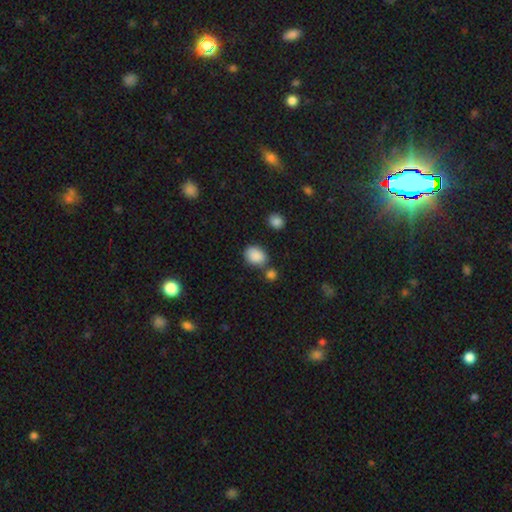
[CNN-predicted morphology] Overall: smooth (87%). How rounded: in between (58%; round 41%). Merging: none (61%).